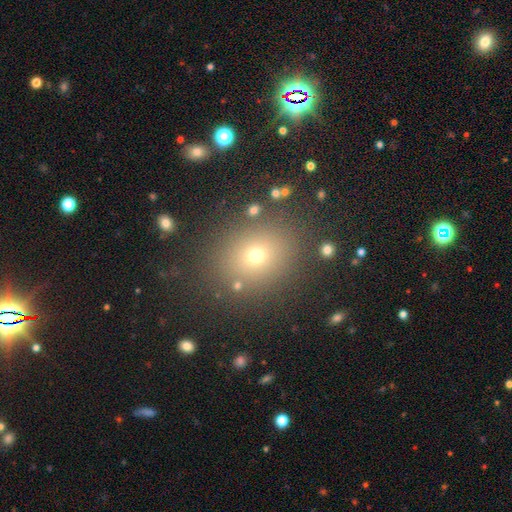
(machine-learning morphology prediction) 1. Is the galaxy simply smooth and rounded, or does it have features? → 63% smooth, 26% star or artifact, 11% featured or disk.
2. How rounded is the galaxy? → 68% round, 30% in between, 1% cigar-shaped.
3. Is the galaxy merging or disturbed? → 85% none, 8% minor disturbance, 4% major disturbance, 3% merger.